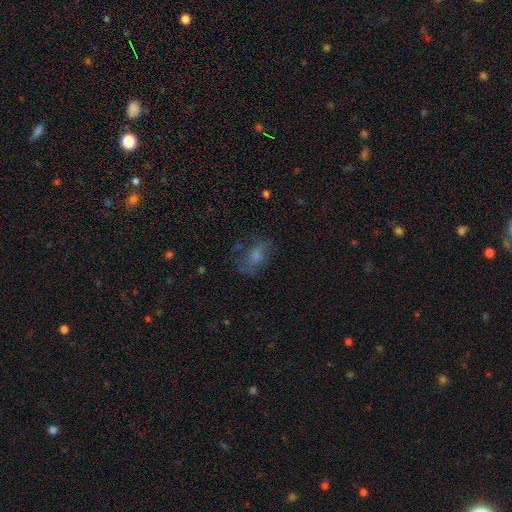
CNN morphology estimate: smooth 48%, featured or disk 37%, star or artifact 16%. Down the decision tree: merging — none (50%).